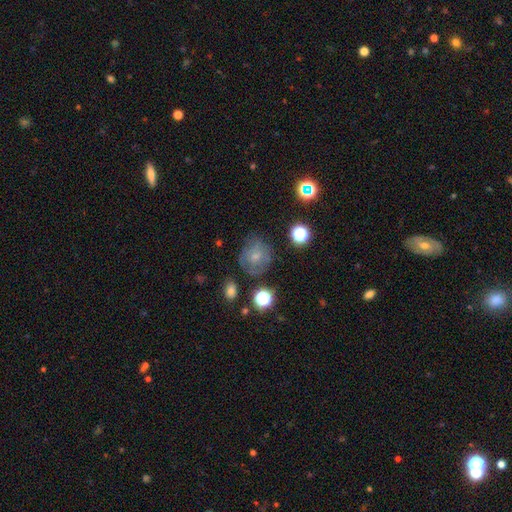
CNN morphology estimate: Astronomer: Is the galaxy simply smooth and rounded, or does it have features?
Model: smooth — 55%.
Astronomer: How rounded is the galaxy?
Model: round — 80%.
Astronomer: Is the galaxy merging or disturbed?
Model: none — 62%.